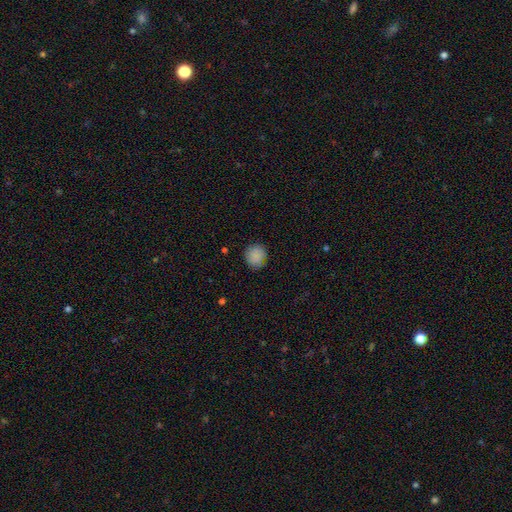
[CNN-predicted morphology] A smooth galaxy with no disk features (88%) that is round (83%). Merging: none (84%).